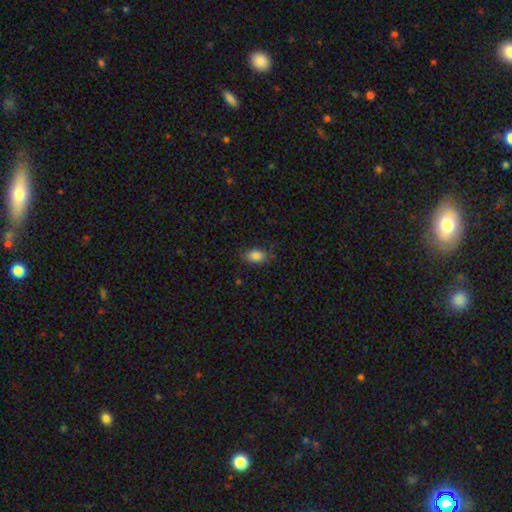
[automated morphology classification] smooth_or_featured: smooth (p=0.87) [alt: star or artifact p=0.08]
how_rounded: in between (p=0.87) [alt: round p=0.12]
merging: none (p=0.80) [alt: minor disturbance p=0.15]